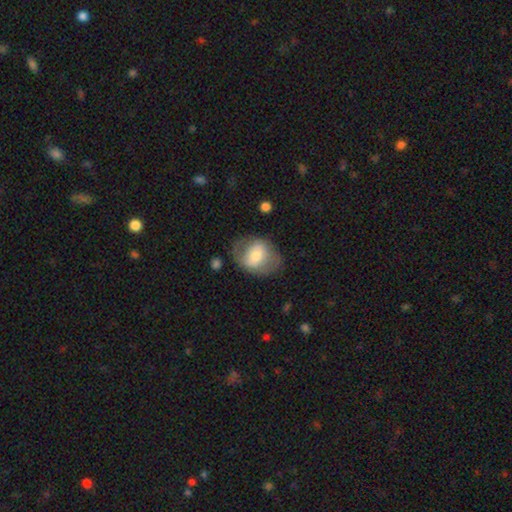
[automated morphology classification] A smooth galaxy with no disk features (55%) that is in between round and cigar-shaped (59%).

Vote fractions:
- Smooth or featured? smooth: 55% / featured or disk: 38% / star or artifact: 7%
- How rounded? in between: 59% / round: 40% / cigar-shaped: 1%
- Merging? none: 61% / minor disturbance: 22% / major disturbance: 15% / merger: 2%